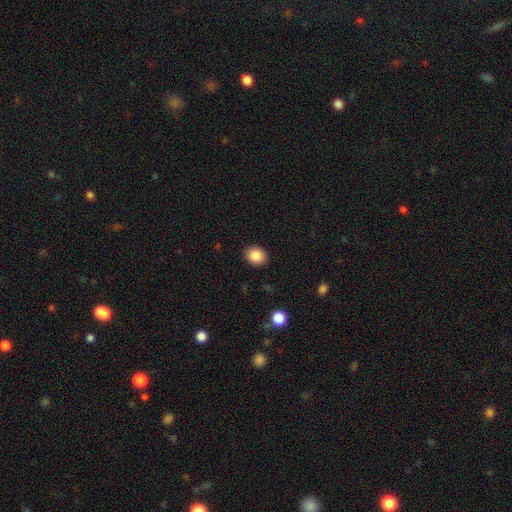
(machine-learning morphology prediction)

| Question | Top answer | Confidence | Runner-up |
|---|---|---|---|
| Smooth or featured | smooth | 86% | star or artifact (9%) |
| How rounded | round | 63% | in between (37%) |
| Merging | none | 91% | minor disturbance (7%) |